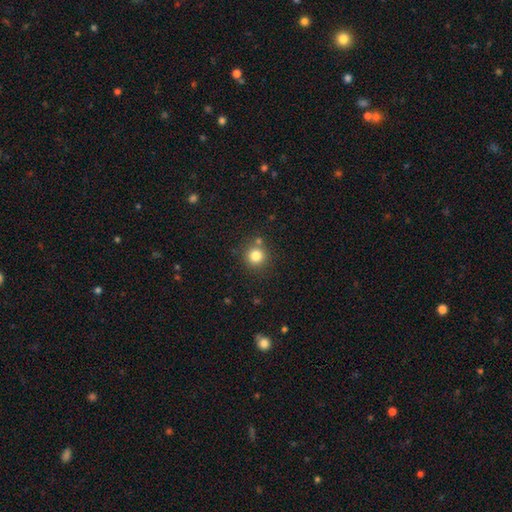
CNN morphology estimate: This appears to be a smooth galaxy with no disk features (81%) that is round (93%). Merging: none (79%).